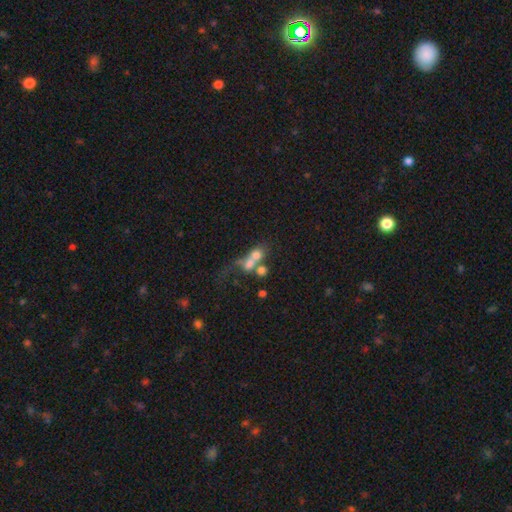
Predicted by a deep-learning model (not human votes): smooth-or-featured: smooth: 58% | featured or disk: 27% | star or artifact: 14%
  how-rounded: round: 52% | in between: 43% | cigar-shaped: 5%
  merging: merger: 62% | none: 17% | major disturbance: 14% | minor disturbance: 7%